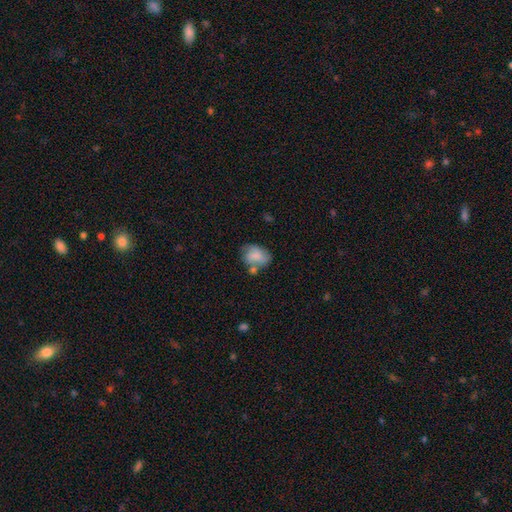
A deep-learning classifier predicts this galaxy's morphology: Smooth or featured?
  - smooth: 71% *
  - featured or disk: 21%
  - star or artifact: 8%
How rounded?
  - in between: 67% *
  - round: 32%
  - cigar-shaped: 1%
Merging?
  - none: 46% *
  - minor disturbance: 26%
  - merger: 18%
  - major disturbance: 10%